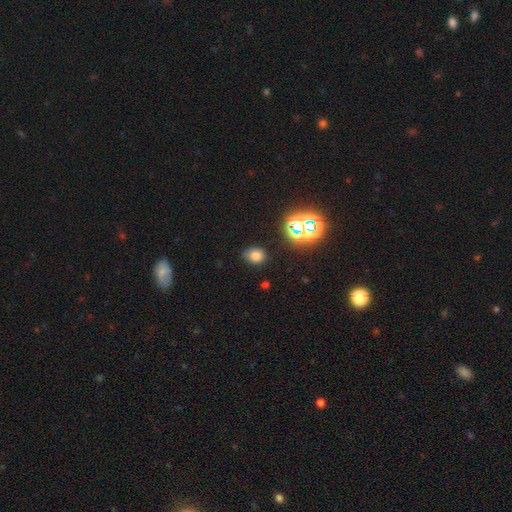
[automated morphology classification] type=smooth (72%); roundness=round (55%); merging=none (81%).